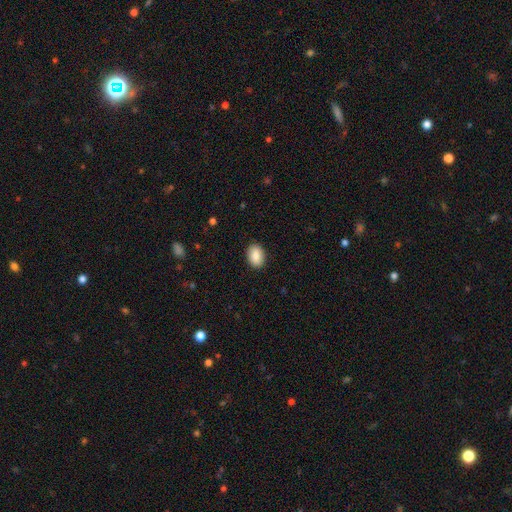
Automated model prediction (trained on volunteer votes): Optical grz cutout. It shows a smooth galaxy with no disk features (88%) that is in between round and cigar-shaped (85%). Merging: none (90%).